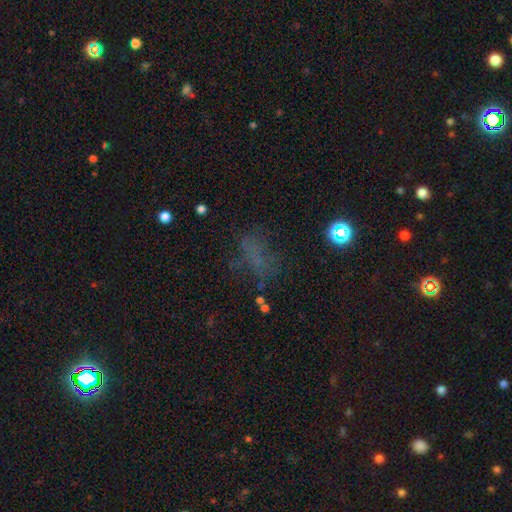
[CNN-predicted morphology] smooth_or_featured: smooth (p=0.39) [alt: star or artifact p=0.38]
merging: none (p=0.52) [alt: major disturbance p=0.24]